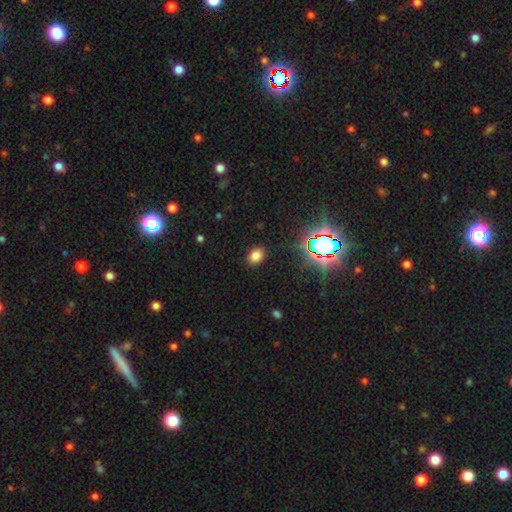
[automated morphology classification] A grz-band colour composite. It shows a smooth galaxy with no disk features (76%) that is in between round and cigar-shaped (62%). Merging: none (88%).